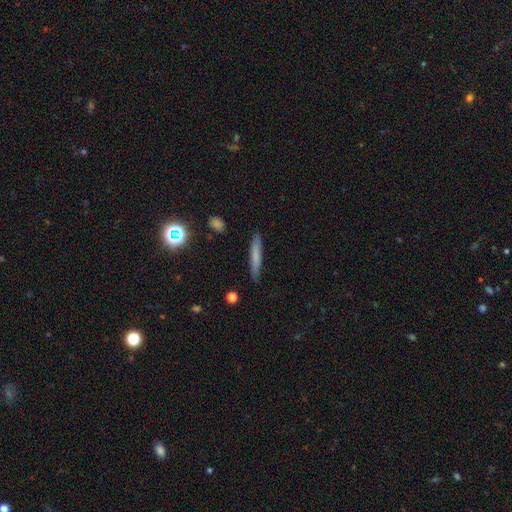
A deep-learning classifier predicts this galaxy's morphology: type=smooth (68%); roundness=cigar-shaped (93%); merging=none (88%).